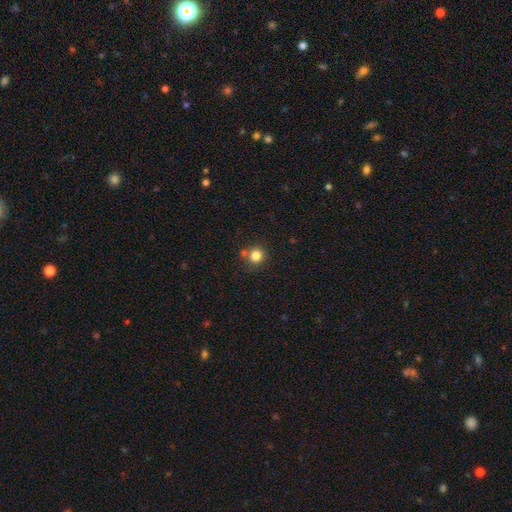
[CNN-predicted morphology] type=smooth (82%); roundness=round (90%); merging=none (73%).